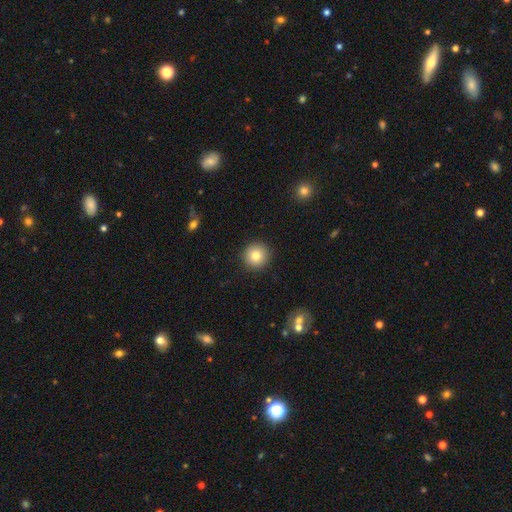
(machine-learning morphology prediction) Smooth or featured? smooth (80%)
How rounded? round (95%)
Merging? none (92%)